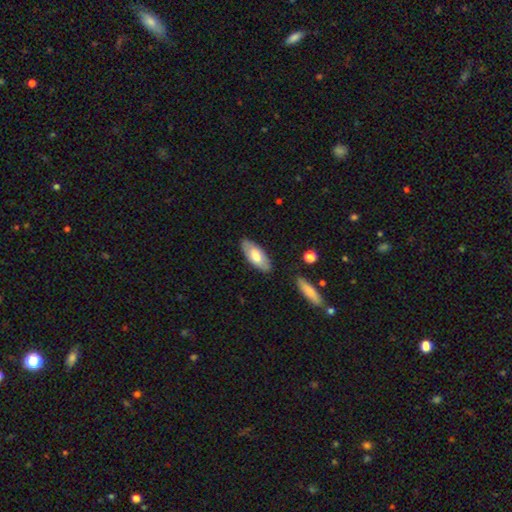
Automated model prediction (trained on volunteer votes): Morphology: type=smooth (67%); roundness=in between (86%); merging=none (84%).